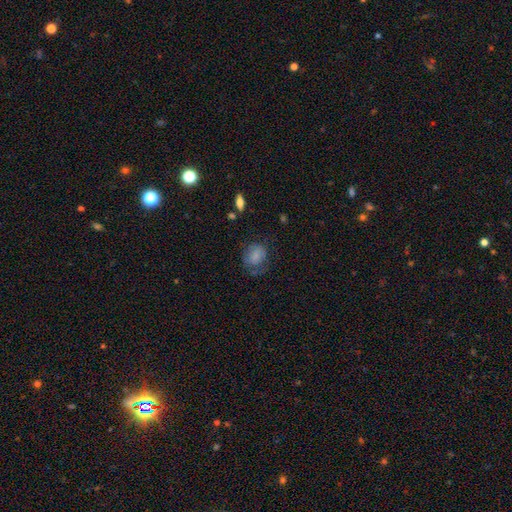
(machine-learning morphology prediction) Smooth or featured? smooth (76%)
How rounded? in between (57%)
Merging? none (52%)